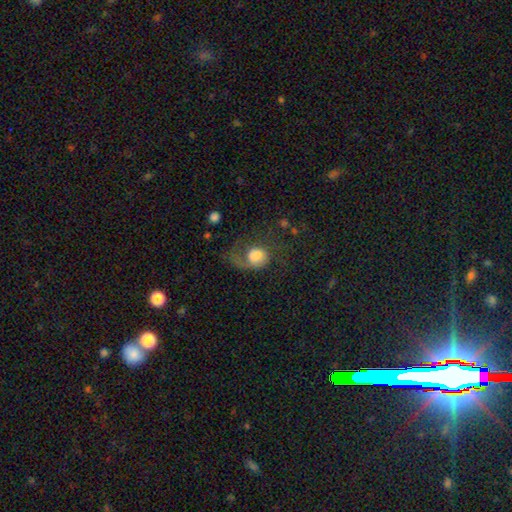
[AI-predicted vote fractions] Morphology: type=smooth (52%); roundness=round (62%); merging=major disturbance (46%).